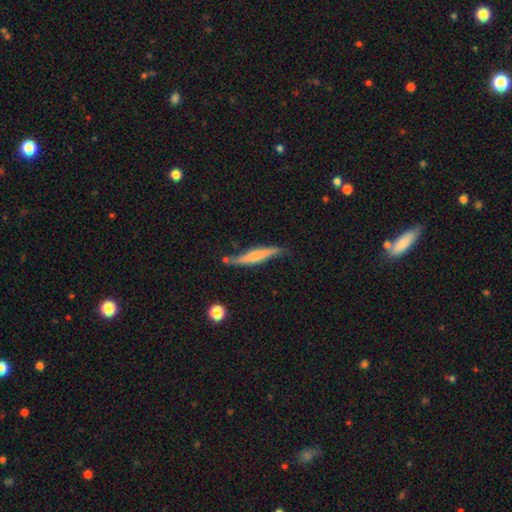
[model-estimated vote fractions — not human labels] Morphology: type=featured or disk (51%); edge-on=yes (81%); merging=none (59%).